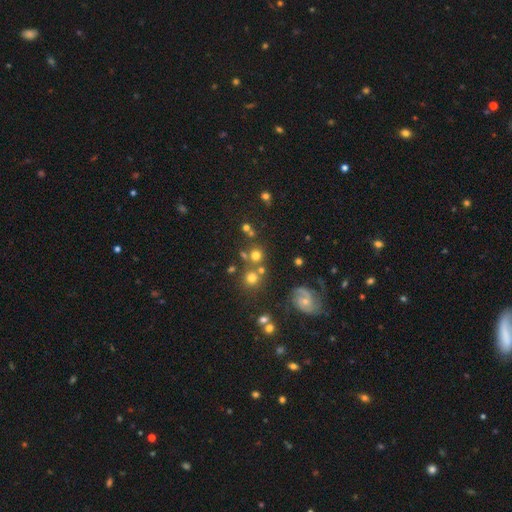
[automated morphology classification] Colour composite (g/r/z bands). It shows a smooth galaxy with no disk features (65%) that is round (88%). Merging: none (68%).